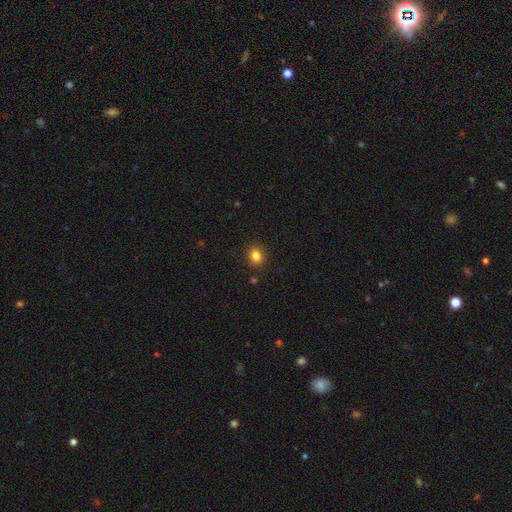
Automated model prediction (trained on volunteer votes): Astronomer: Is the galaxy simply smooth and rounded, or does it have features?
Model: smooth — 84%.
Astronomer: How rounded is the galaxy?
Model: round — 55% (runner-up: in between, 44%).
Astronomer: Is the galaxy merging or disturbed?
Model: none — 89%.